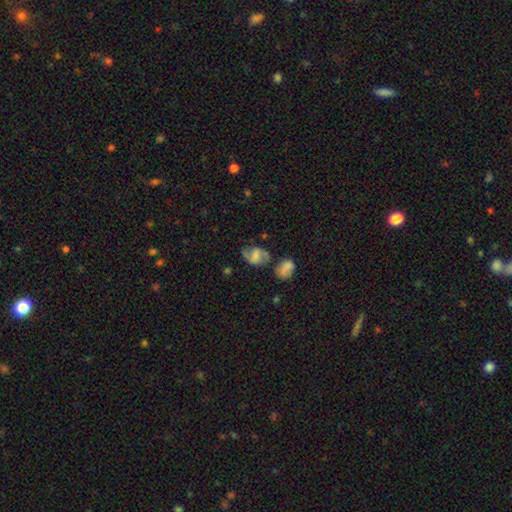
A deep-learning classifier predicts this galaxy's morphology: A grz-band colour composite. It shows a featured or disk galaxy (50%). Merging: none (51%).